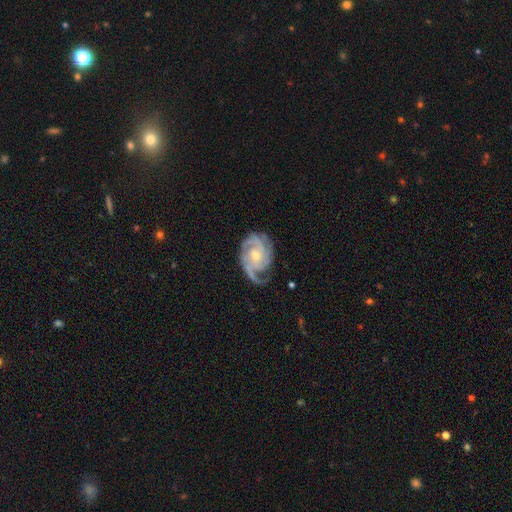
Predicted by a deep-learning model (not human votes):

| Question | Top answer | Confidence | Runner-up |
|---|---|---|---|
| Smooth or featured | featured or disk | 90% | smooth (6%) |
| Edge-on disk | no | 98% | yes (2%) |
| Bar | no | 61% | weak (32%) |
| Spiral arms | yes | 98% | no (2%) |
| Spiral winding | tight | 58% | medium (34%) |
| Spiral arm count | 3 | 41% | 2 (23%) |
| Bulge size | small | 51% | moderate (45%) |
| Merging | none | 63% | minor disturbance (24%) |